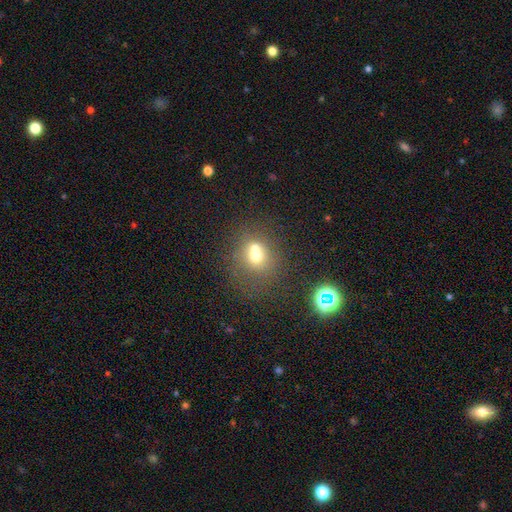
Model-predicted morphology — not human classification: This appears to be a smooth galaxy with no disk features (62%) that is round (77%). Merging: merger (57%).